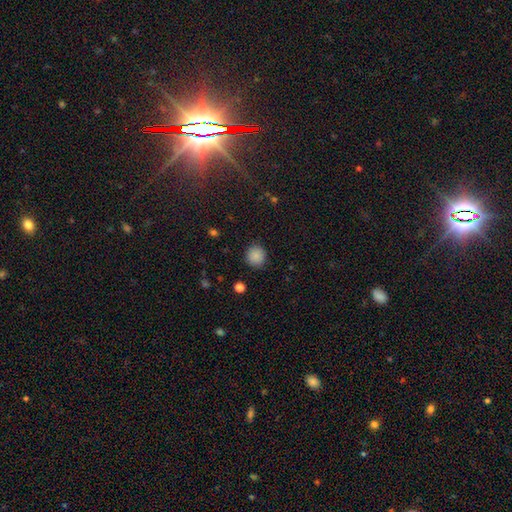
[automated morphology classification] smooth 87%, star or artifact 10%, featured or disk 3%. Down the decision tree: how rounded — round (90%); merging — none (89%).